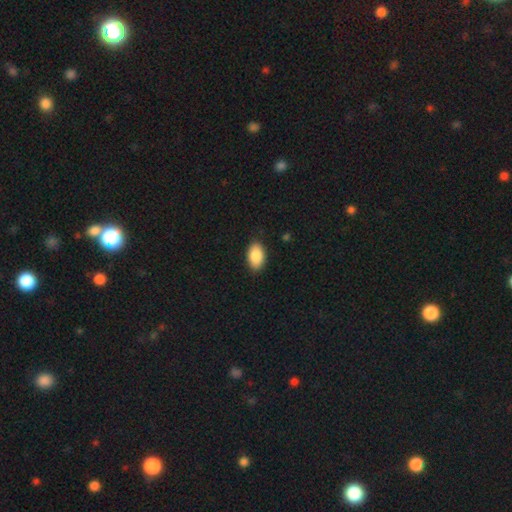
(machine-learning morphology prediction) Smooth or featured? smooth (89%)
How rounded? in between (93%)
Merging? none (87%)